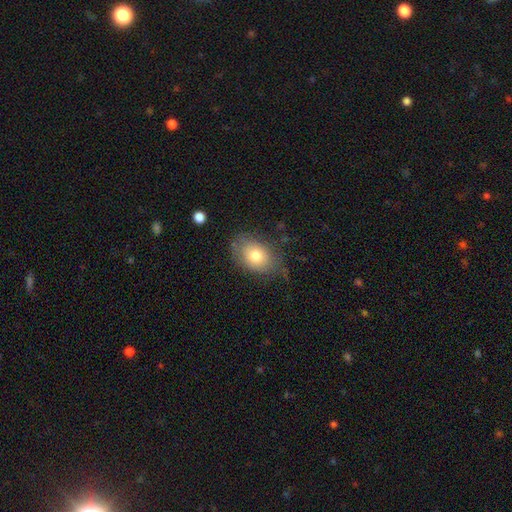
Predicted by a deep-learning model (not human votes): Smooth or featured? smooth (74%)
How rounded? in between (76%)
Merging? none (68%)